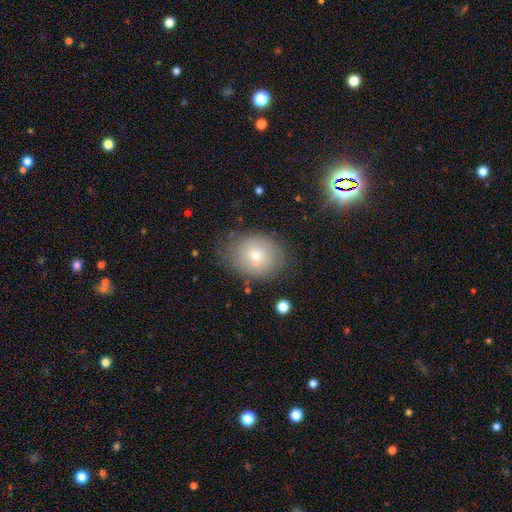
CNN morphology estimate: smooth-or-featured: smooth: 62% | featured or disk: 27% | star or artifact: 11%
  how-rounded: round: 57% | in between: 42% | cigar-shaped: 1%
  merging: none: 75% | minor disturbance: 18% | major disturbance: 6% | merger: 2%